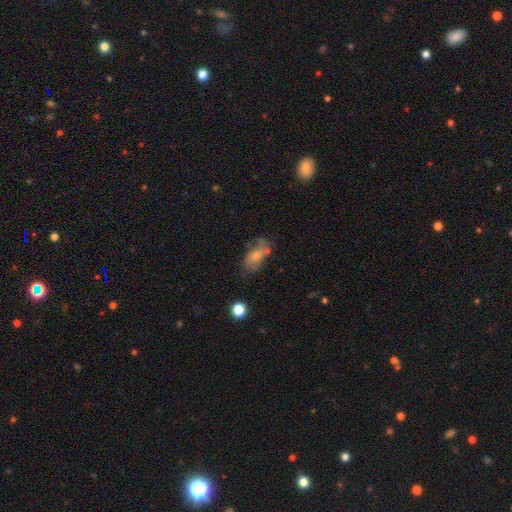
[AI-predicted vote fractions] This is likely a smooth galaxy (60%). How rounded: clearly in between (87%). Merging: marginally none (42%).